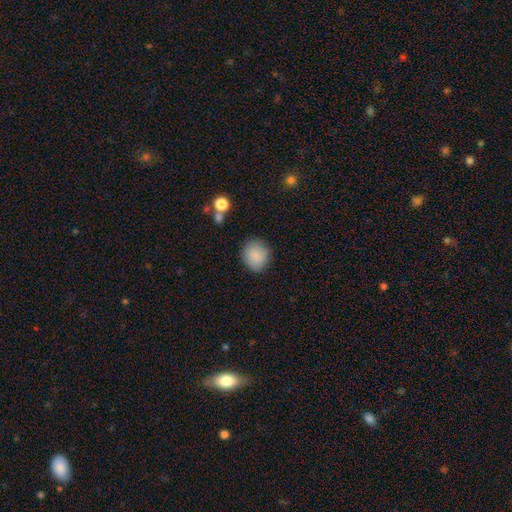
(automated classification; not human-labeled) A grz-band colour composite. It shows a smooth galaxy with no disk features (87%) that is round (84%). Merging: none (83%).